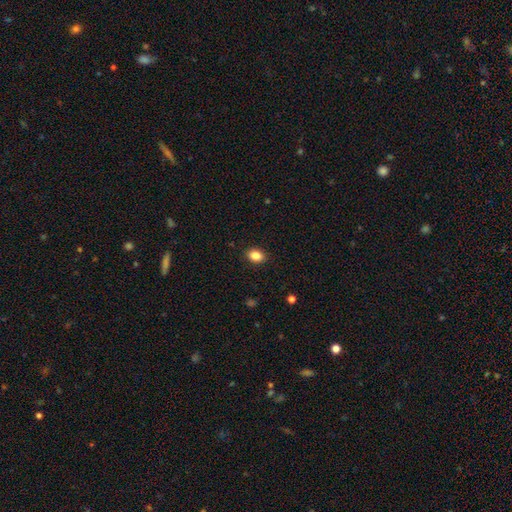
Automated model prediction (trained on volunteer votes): A smooth galaxy with no disk features (86%) that is in between round and cigar-shaped (74%).

Vote fractions:
- Smooth or featured? smooth: 86% / star or artifact: 9% / featured or disk: 5%
- How rounded? in between: 74% / round: 25% / cigar-shaped: 1%
- Merging? none: 89% / minor disturbance: 8% / major disturbance: 2% / merger: 1%